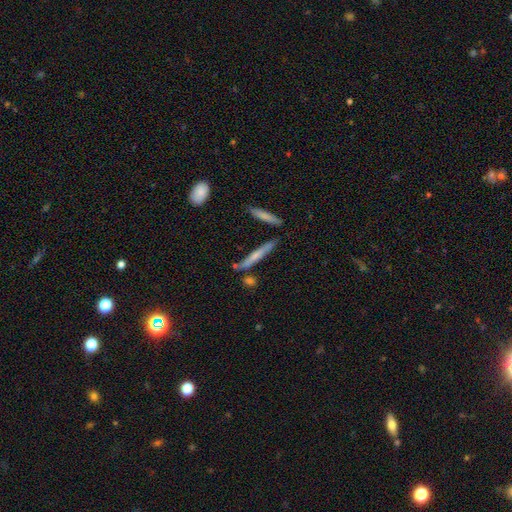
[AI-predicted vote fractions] Smooth or featured? smooth (51%)
How rounded? cigar-shaped (93%)
Merging? none (79%)